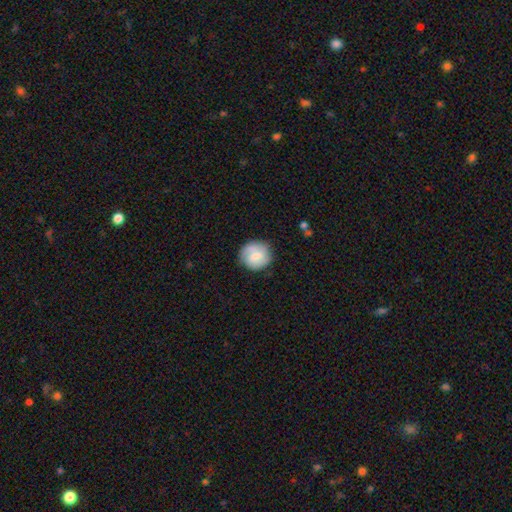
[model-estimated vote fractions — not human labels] Morphology: type=smooth (50%); roundness=round (86%); merging=none (78%).